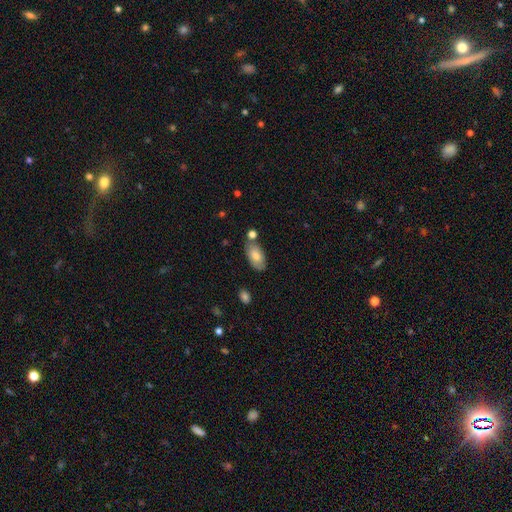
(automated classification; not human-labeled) Morphology: type=smooth (74%); roundness=in between (93%); merging=none (70%).